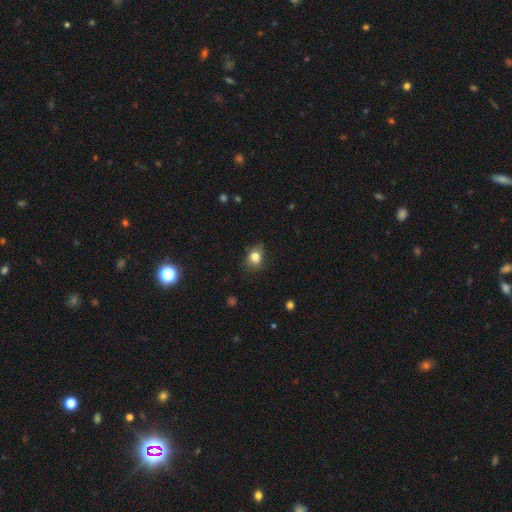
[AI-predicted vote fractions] smooth-or-featured: smooth: 82% | star or artifact: 10% | featured or disk: 8%
  how-rounded: in between: 51% | round: 48% | cigar-shaped: 1%
  merging: none: 66% | minor disturbance: 26% | major disturbance: 7% | merger: 1%